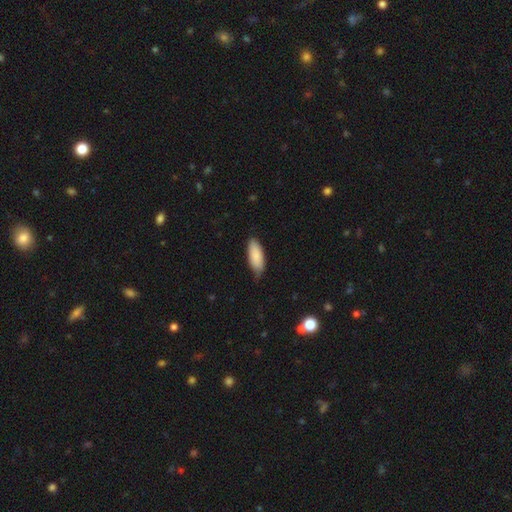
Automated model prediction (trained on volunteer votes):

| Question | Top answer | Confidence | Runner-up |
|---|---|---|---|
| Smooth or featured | smooth | 88% | featured or disk (6%) |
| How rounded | in between | 78% | cigar-shaped (20%) |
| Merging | none | 68% | minor disturbance (27%) |